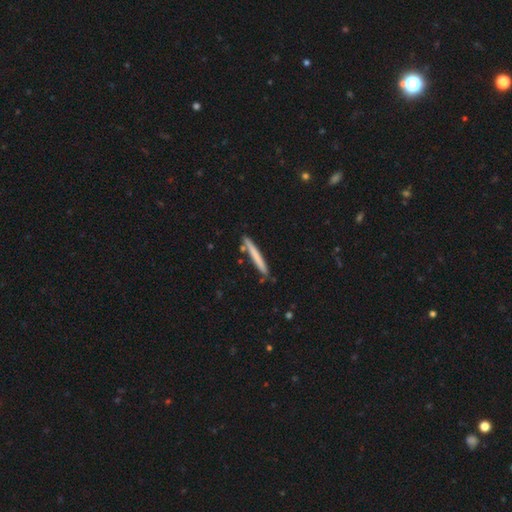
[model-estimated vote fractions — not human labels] Smooth or featured? smooth (68%)
How rounded? cigar-shaped (97%)
Merging? none (85%)